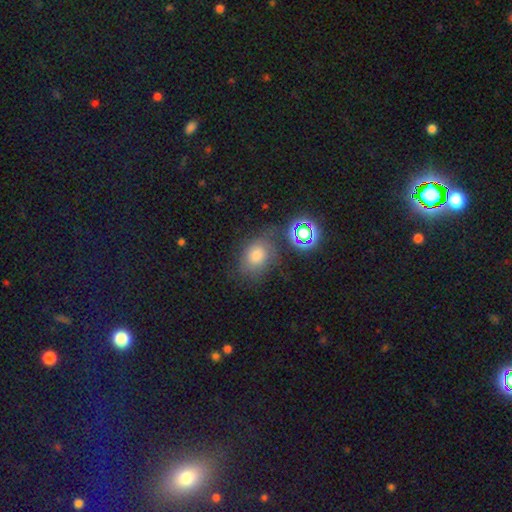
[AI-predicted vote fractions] Overall: smooth (61%). How rounded: in between (58%; round 40%). Merging: none (59%; minor disturbance 22%).